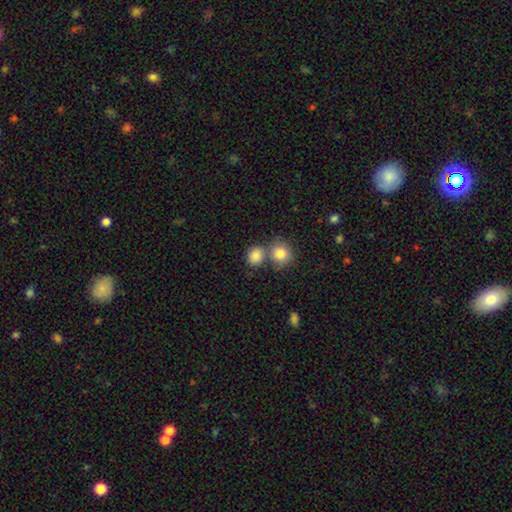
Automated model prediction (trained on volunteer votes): Smooth or featured?
  - smooth: 85% *
  - star or artifact: 9%
  - featured or disk: 6%
How rounded?
  - round: 74% *
  - in between: 25%
  - cigar-shaped: 1%
Merging?
  - none: 50% *
  - merger: 37%
  - minor disturbance: 9%
  - major disturbance: 3%